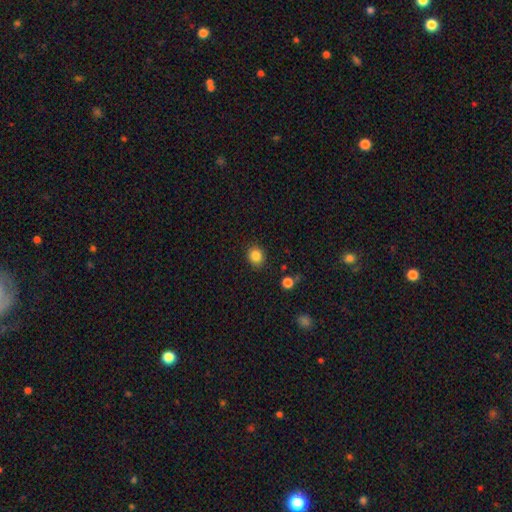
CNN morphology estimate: smooth 84%, star or artifact 11%, featured or disk 5%. Down the decision tree: how rounded — round (72%); merging — none (88%).